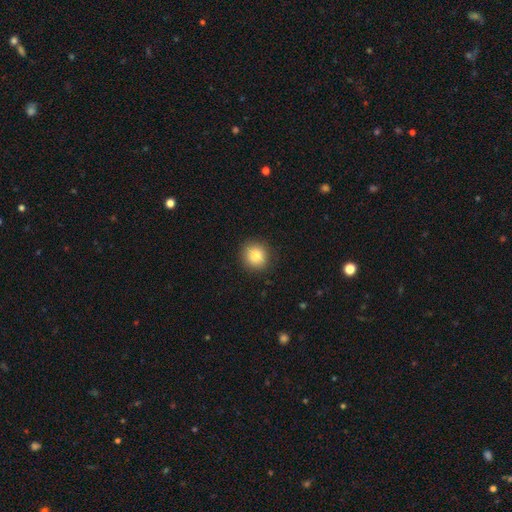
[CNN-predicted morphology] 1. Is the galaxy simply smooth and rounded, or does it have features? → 83% smooth, 10% star or artifact, 7% featured or disk.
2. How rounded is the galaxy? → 87% round, 12% in between, 1% cigar-shaped.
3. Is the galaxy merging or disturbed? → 90% none, 7% minor disturbance, 2% major disturbance, 1% merger.